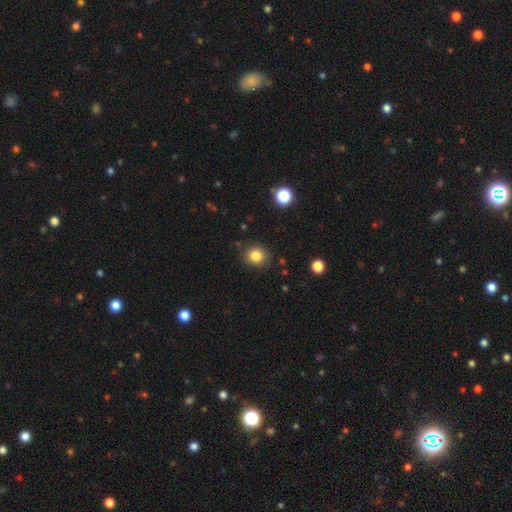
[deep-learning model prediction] Smooth or featured? Predicted: smooth (p=0.84). How rounded? Predicted: round (p=0.81). Merging? Predicted: none (p=0.85).